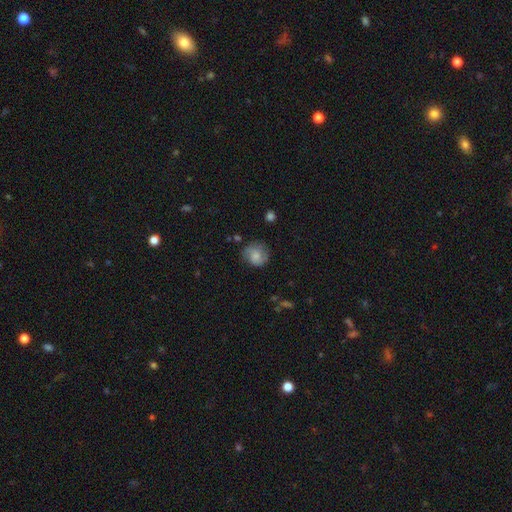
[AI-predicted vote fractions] Smooth or featured?
  - smooth: 53% *
  - featured or disk: 39%
  - star or artifact: 8%
How rounded?
  - round: 81% *
  - in between: 18%
  - cigar-shaped: 1%
Merging?
  - none: 69% *
  - minor disturbance: 22%
  - major disturbance: 8%
  - merger: 2%